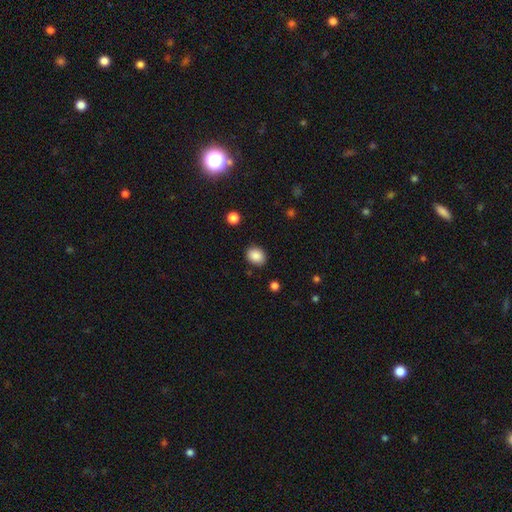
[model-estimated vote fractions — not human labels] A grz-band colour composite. It shows a smooth galaxy with no disk features (87%) that is in between round and cigar-shaped (52%). Merging: none (87%).